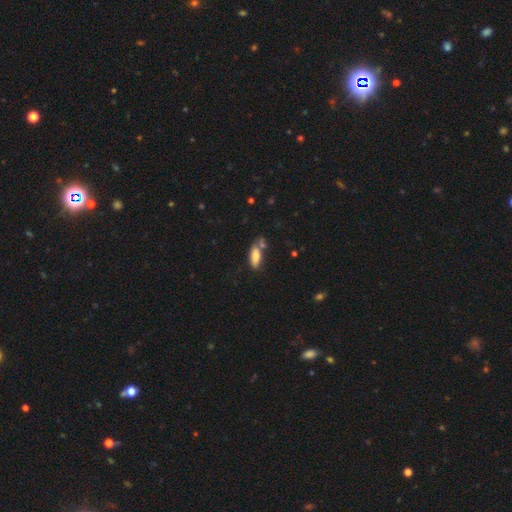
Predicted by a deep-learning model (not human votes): Overall: smooth (78%). How rounded: in between (67%; cigar-shaped 31%). Merging: none (55%; merger 20%).